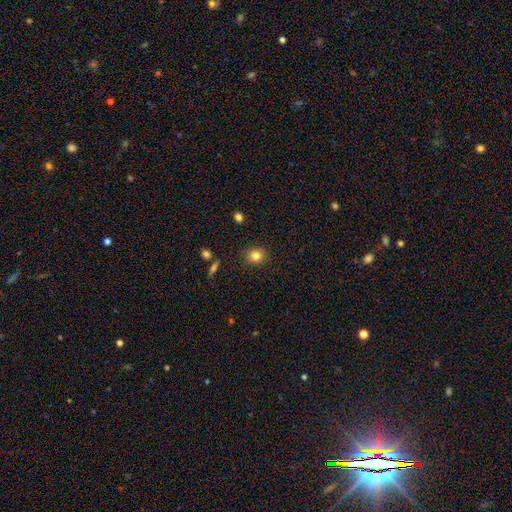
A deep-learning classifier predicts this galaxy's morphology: A smooth galaxy with no disk features (82%) that is round (70%). Merging: none (89%).